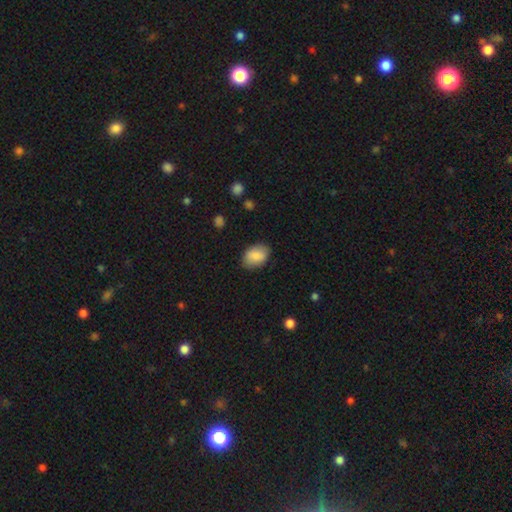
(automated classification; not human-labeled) smooth_or_featured: smooth (p=0.84) [alt: featured or disk p=0.09]
how_rounded: in between (p=0.81) [alt: round p=0.18]
merging: none (p=0.80) [alt: minor disturbance p=0.15]